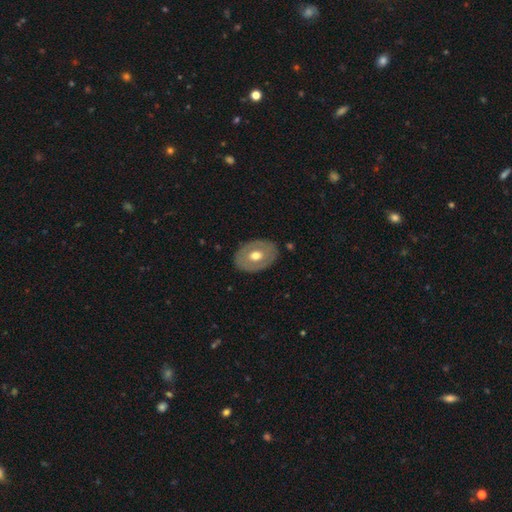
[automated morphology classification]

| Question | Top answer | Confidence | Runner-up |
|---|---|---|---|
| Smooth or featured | smooth | 49% | featured or disk (45%) |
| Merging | none | 84% | minor disturbance (11%) |